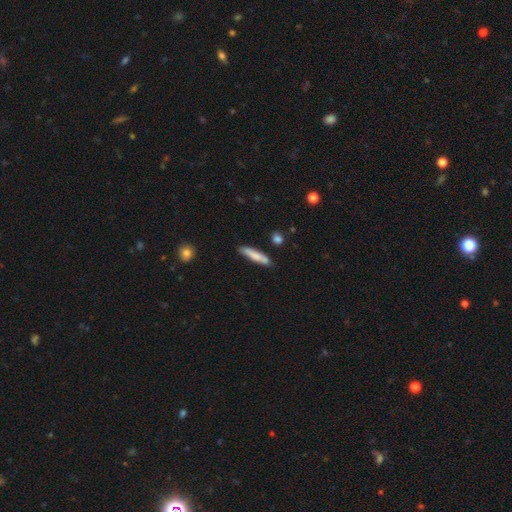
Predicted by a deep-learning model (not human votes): This is likely a smooth galaxy (77%). How rounded: clearly cigar-shaped (88%). Merging: likely none (76%).